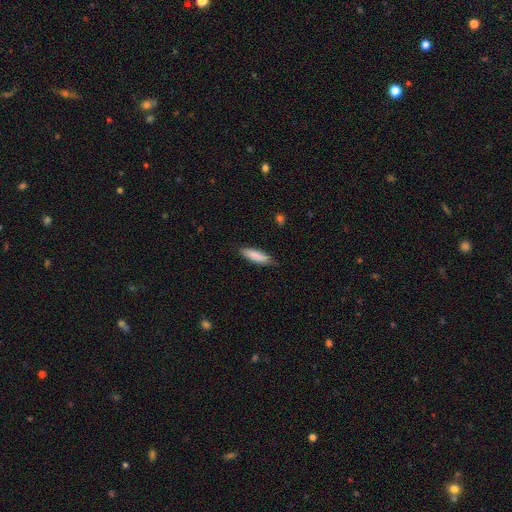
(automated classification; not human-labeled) The model was most divided on "how rounded": cigar-shaped: 59%, in between: 39%, round: 1%. More confident: smooth or featured — smooth (87%); merging — none (83%).